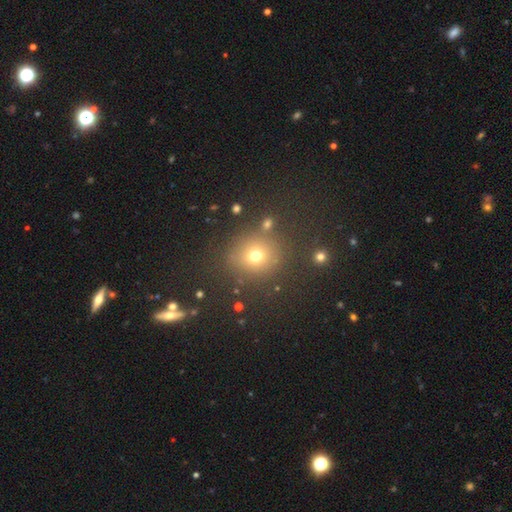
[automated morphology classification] This appears to be a smooth galaxy with no disk features (71%) that is round (86%). Merging: none (80%).